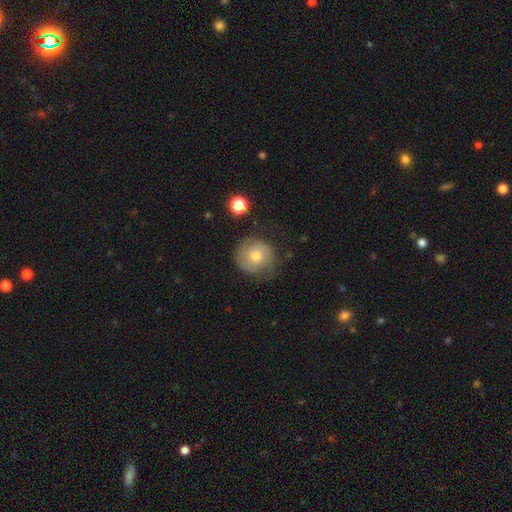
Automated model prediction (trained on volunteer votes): Smooth or featured: smooth — 52% (featured or disk — 38%)
How rounded: round — 89% (in between — 10%)
Merging: none — 72% (minor disturbance — 19%)